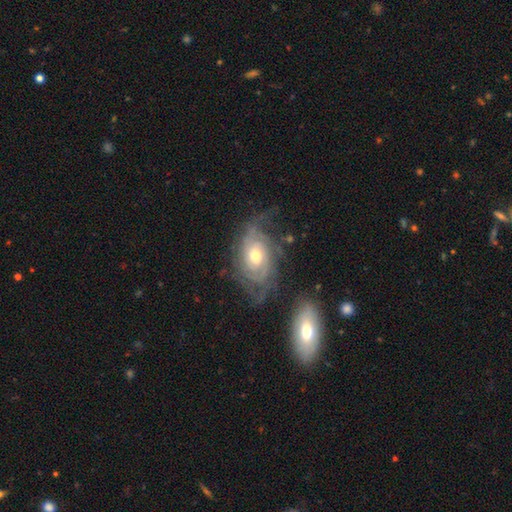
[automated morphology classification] Overall: featured or disk (82%). Edge-on disk: no (95%). Bar: no (75%). Spiral arms: yes (91%). Spiral arm count: can't tell (40%; 2 23%). Spiral winding: tight (59%; medium 29%). Bulge size: moderate (66%). Merging: none (54%; minor disturbance 22%).